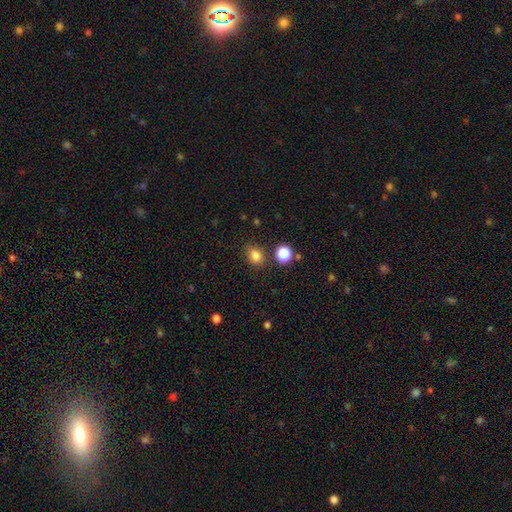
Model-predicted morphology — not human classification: Smooth or featured: smooth — 82% (star or artifact — 13%)
How rounded: in between — 51% (round — 48%)
Merging: none — 81% (minor disturbance — 10%)